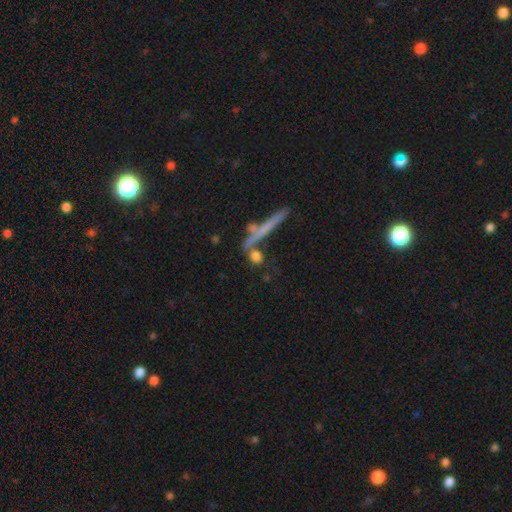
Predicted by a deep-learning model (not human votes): Morphology: type=smooth (70%); roundness=round (56%); merging=none (67%).